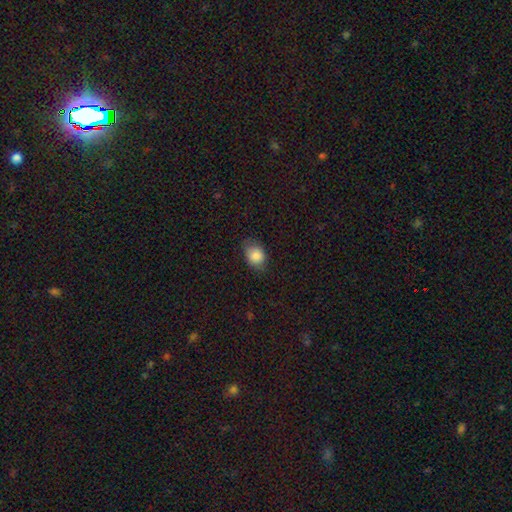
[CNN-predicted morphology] A smooth galaxy with no disk features (85%) that is in between round and cigar-shaped (61%).

Vote fractions:
- Smooth or featured? smooth: 85% / star or artifact: 8% / featured or disk: 6%
- How rounded? in between: 61% / round: 38% / cigar-shaped: 1%
- Merging? none: 70% / minor disturbance: 24% / major disturbance: 6% / merger: 1%